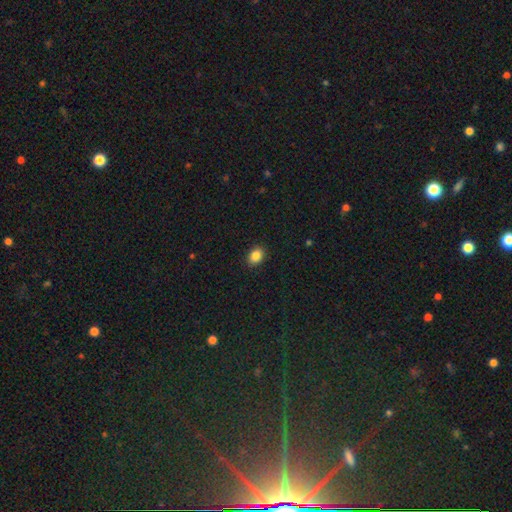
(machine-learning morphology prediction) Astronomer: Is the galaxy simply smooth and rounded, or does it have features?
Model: smooth — 87%.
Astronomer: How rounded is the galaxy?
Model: in between — 71%.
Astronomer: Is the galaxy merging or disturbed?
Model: none — 90%.